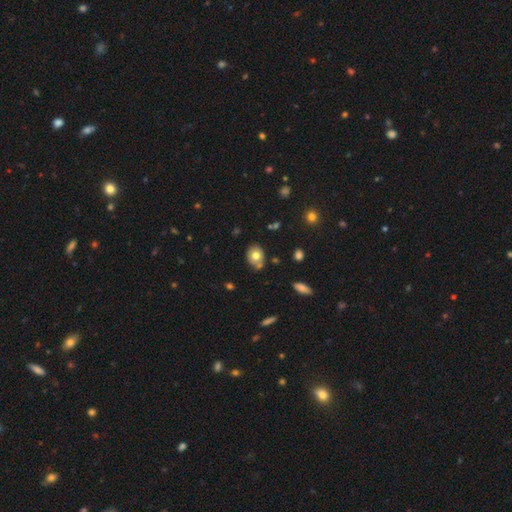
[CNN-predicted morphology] type=smooth (73%); roundness=in between (53%); merging=none (68%).